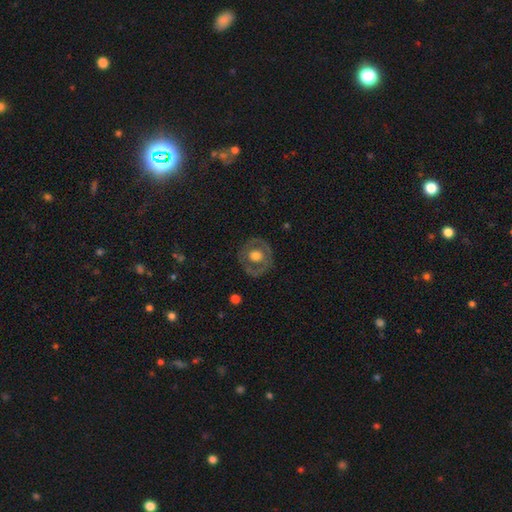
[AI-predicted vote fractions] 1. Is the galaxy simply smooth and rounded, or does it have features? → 52% featured or disk, 41% smooth, 6% star or artifact.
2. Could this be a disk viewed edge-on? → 95% no, 5% yes.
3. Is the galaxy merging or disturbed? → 78% none, 14% minor disturbance, 7% major disturbance, 1% merger.